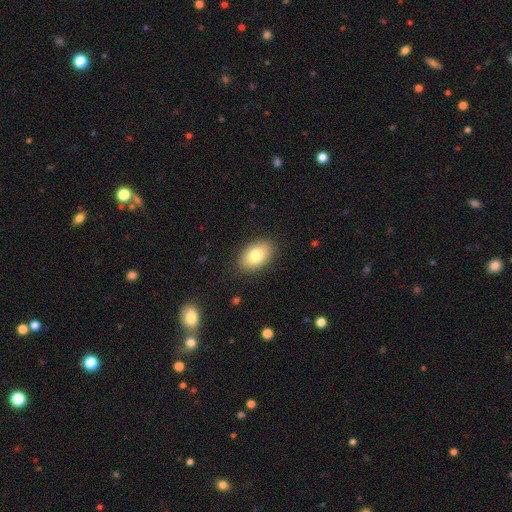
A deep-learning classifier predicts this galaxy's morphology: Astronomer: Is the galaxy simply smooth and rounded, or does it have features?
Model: smooth — 80%.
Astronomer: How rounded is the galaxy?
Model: in between — 90%.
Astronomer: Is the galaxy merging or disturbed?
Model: none — 87%.